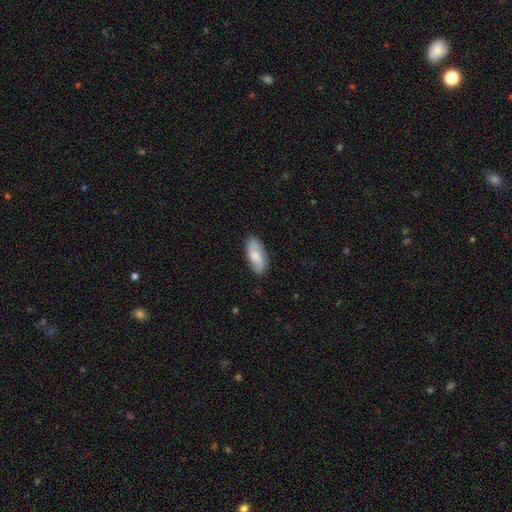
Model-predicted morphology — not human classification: Smooth or featured?
  - smooth: 59% *
  - featured or disk: 35%
  - star or artifact: 6%
How rounded?
  - in between: 86% *
  - cigar-shaped: 12%
  - round: 3%
Merging?
  - none: 80% *
  - minor disturbance: 15%
  - major disturbance: 3%
  - merger: 1%